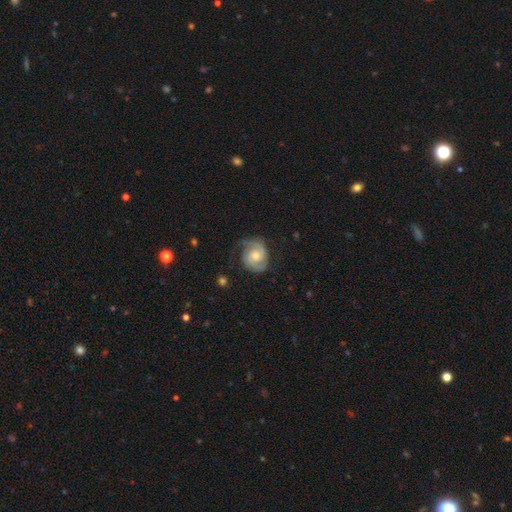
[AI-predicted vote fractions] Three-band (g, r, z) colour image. It shows a featured or disk galaxy (82%) with no bar (64%), 2 (89%) medium (46%) spiral arms (96%) and a moderate central bulge (54%). Merging: none (72%).